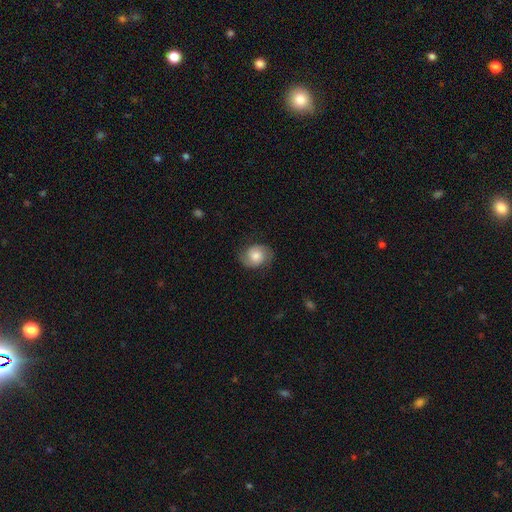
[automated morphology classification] This is possibly a featured or disk galaxy (52%). It is clearly not viewed edge-on (97%). Bar: likely no (71%). Spiral arm pattern: clearly yes (90%). Central bulge: possibly moderate (55%). Merging: likely none (78%).